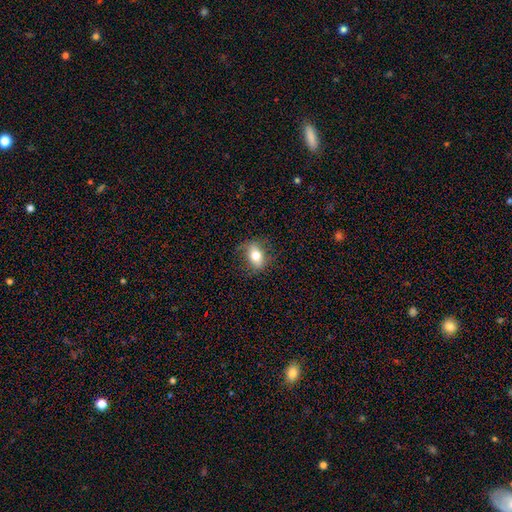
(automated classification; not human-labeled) A smooth galaxy with no disk features (67%) that is in between round and cigar-shaped (76%). Merging: none (74%).